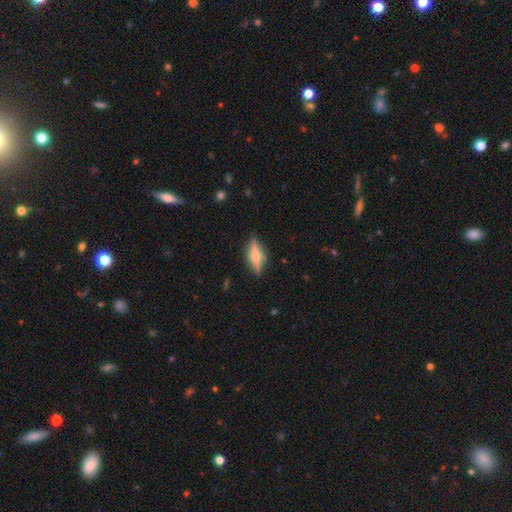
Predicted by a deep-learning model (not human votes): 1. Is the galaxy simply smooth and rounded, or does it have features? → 58% featured or disk, 35% smooth, 8% star or artifact.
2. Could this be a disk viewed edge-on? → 94% yes, 6% no.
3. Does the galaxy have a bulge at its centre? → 77% rounded, 15% boxy, 7% none.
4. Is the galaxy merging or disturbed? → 85% none, 11% minor disturbance, 3% major disturbance, 1% merger.